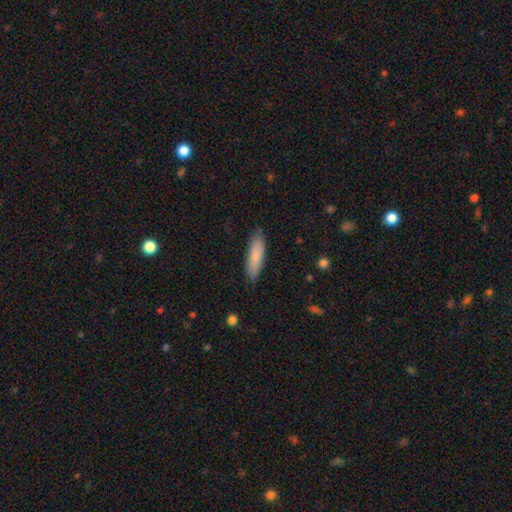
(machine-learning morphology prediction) A smooth galaxy with no disk features (82%) that is cigar-shaped (62%).

Vote fractions:
- Smooth or featured? smooth: 82% / featured or disk: 12% / star or artifact: 6%
- How rounded? cigar-shaped: 62% / in between: 37% / round: 2%
- Merging? none: 87% / minor disturbance: 10% / major disturbance: 2% / merger: 1%